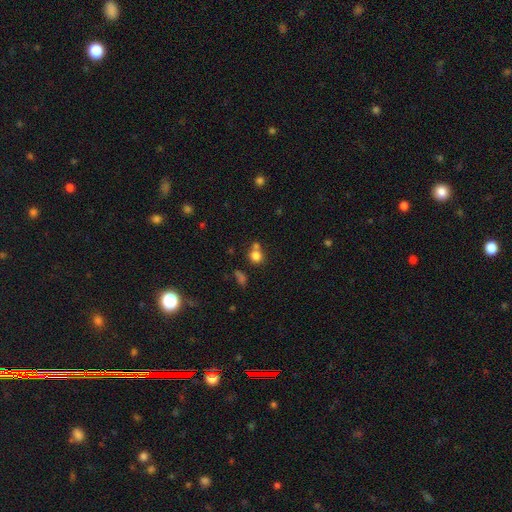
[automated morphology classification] A smooth galaxy with no disk features (78%) that is round (82%). Merging: none (55%).